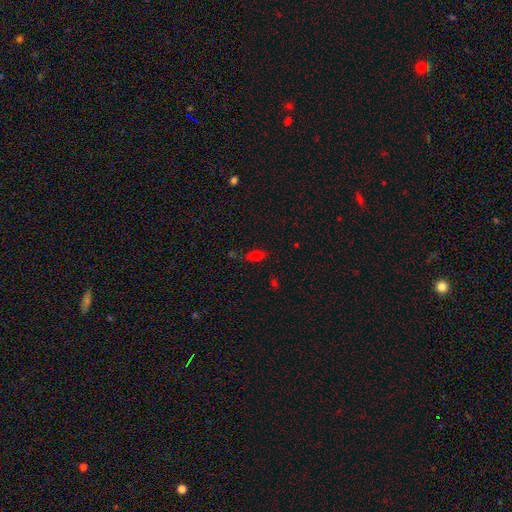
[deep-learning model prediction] A smooth galaxy with no disk features (72%) that is in between round and cigar-shaped (81%).

Vote fractions:
- Smooth or featured? smooth: 72% / star or artifact: 18% / featured or disk: 11%
- How rounded? in between: 81% / cigar-shaped: 13% / round: 6%
- Merging? none: 71% / minor disturbance: 18% / merger: 6% / major disturbance: 5%